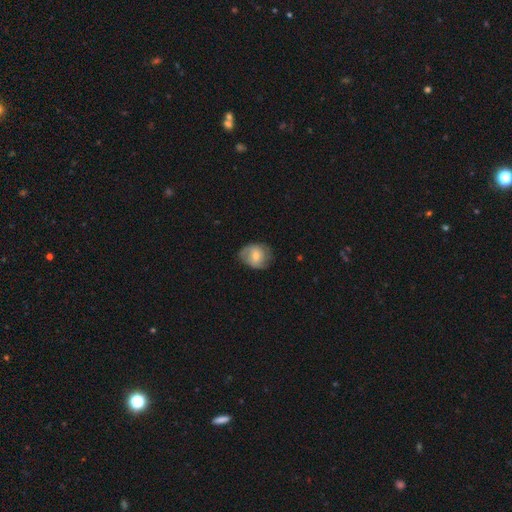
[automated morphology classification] Smooth or featured?
  - smooth: 47% * (tied)
  - featured or disk: 47% * (tied)
  - star or artifact: 7%
Merging?
  - none: 63% *
  - minor disturbance: 26%
  - major disturbance: 9%
  - merger: 1%